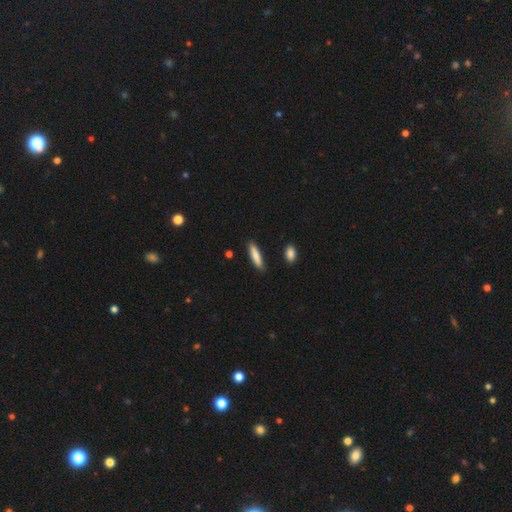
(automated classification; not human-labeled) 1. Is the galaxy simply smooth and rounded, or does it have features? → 82% smooth, 13% featured or disk, 6% star or artifact.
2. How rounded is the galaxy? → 77% cigar-shaped, 21% in between, 2% round.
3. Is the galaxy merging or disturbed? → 85% none, 11% minor disturbance, 2% merger, 2% major disturbance.